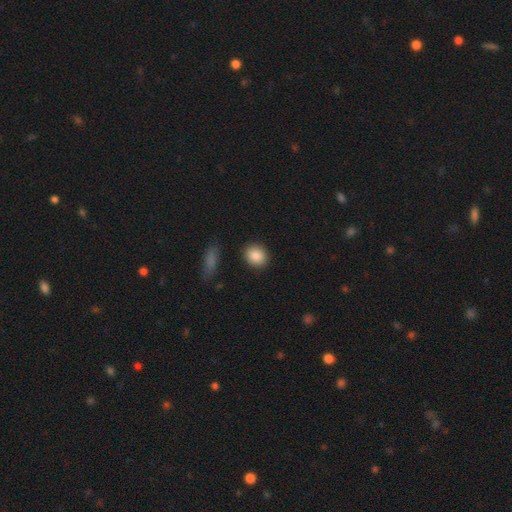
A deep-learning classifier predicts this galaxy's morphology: smooth 87%, star or artifact 8%, featured or disk 5%. Down the decision tree: how rounded — round (68%); merging — none (89%).